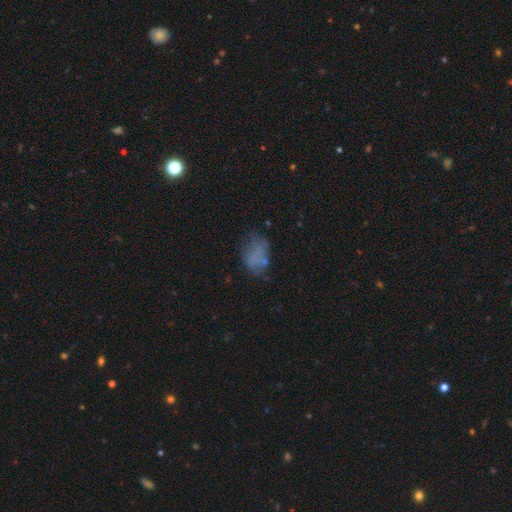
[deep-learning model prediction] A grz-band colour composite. It shows a smooth galaxy with no disk features (60%) that is in between round and cigar-shaped (82%). Merging: none (45%).